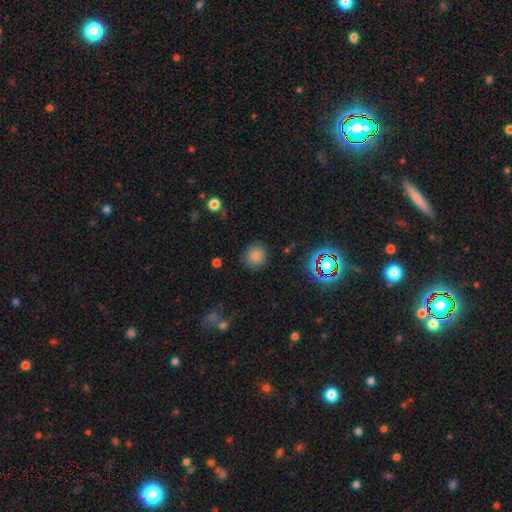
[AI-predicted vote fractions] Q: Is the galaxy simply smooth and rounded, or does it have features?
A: smooth — 79%.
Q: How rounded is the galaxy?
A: round — 91%.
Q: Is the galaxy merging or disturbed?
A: none — 86%.